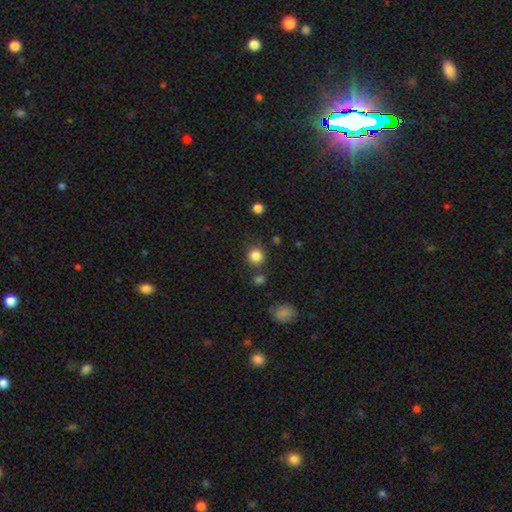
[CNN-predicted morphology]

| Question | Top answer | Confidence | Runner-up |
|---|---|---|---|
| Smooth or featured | smooth | 84% | star or artifact (11%) |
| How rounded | round | 90% | in between (9%) |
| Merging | none | 81% | minor disturbance (9%) |